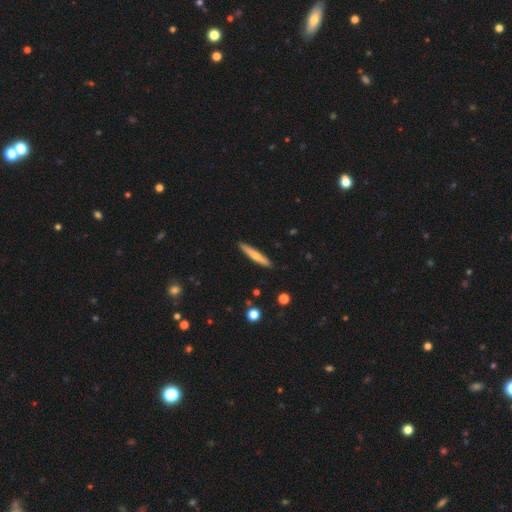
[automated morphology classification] Smooth or featured?
  - smooth: 64% *
  - featured or disk: 31%
  - star or artifact: 6%
How rounded?
  - cigar-shaped: 93% *
  - in between: 5%
  - round: 1%
Merging?
  - none: 90% *
  - minor disturbance: 8%
  - major disturbance: 1%
  - merger: 1%